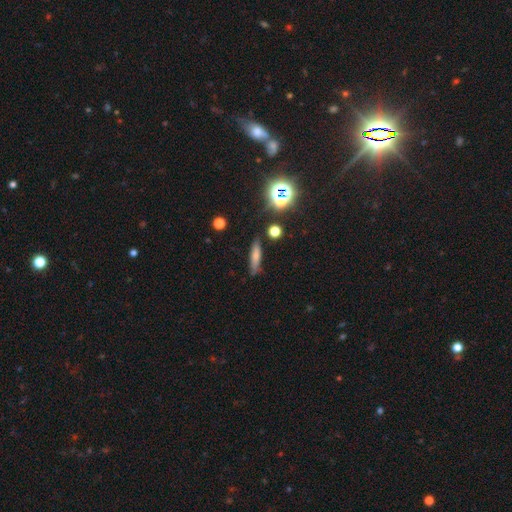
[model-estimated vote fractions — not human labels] Smooth or featured: smooth — 65% (featured or disk — 20%)
How rounded: cigar-shaped — 77% (in between — 18%)
Merging: none — 81% (minor disturbance — 12%)